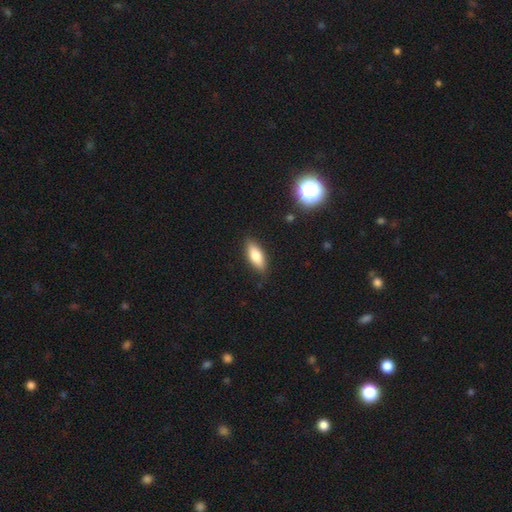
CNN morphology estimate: The model was most divided on "how rounded": in between: 66%, cigar-shaped: 31%, round: 2%. More confident: merging — none (86%); smooth or featured — smooth (74%).